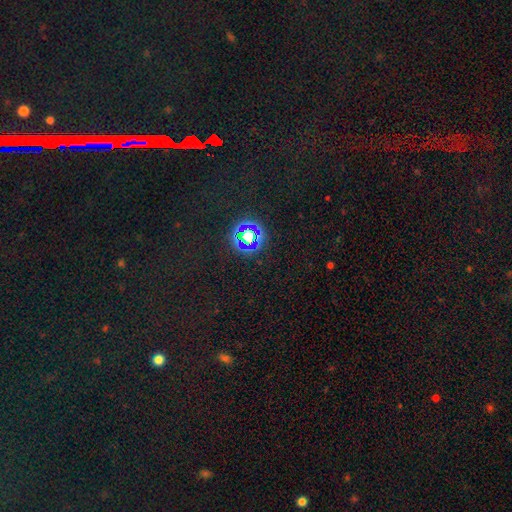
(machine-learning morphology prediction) star or artifact 71%, smooth 20%, featured or disk 9%.